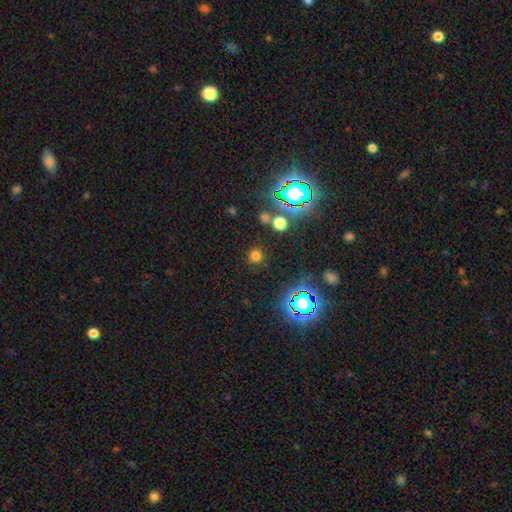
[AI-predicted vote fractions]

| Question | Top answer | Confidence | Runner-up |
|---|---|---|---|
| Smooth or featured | smooth | 67% | star or artifact (27%) |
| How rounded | round | 93% | in between (6%) |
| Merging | none | 87% | minor disturbance (6%) |